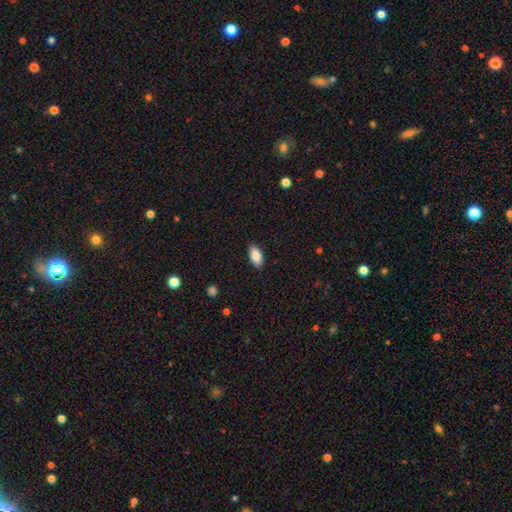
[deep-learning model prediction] A smooth galaxy with no disk features (87%) that is in between round and cigar-shaped (92%). Merging: none (87%).